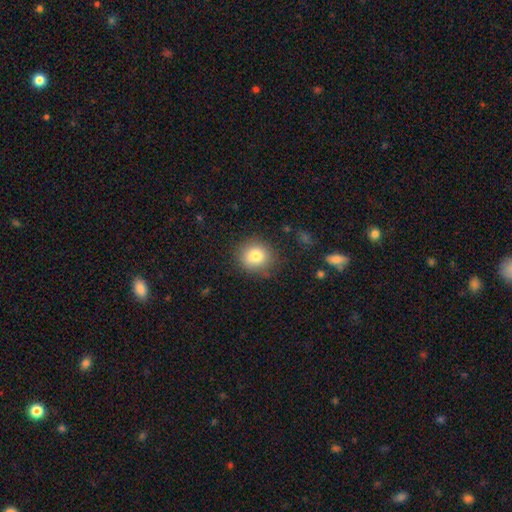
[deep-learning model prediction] A smooth galaxy with no disk features (80%) that is round (84%).

Vote fractions:
- Smooth or featured? smooth: 80% / star or artifact: 11% / featured or disk: 10%
- How rounded? round: 84% / in between: 15% / cigar-shaped: 1%
- Merging? none: 82% / minor disturbance: 13% / major disturbance: 4% / merger: 1%